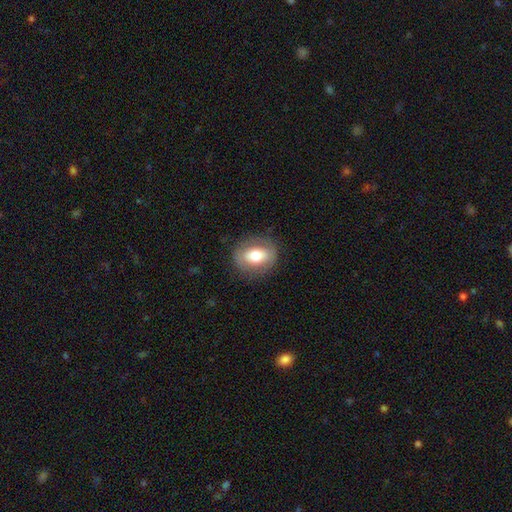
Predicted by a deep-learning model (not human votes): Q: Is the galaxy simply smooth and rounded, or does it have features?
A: smooth — 63%.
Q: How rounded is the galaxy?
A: in between — 59%.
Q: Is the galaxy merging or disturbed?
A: none — 81%.